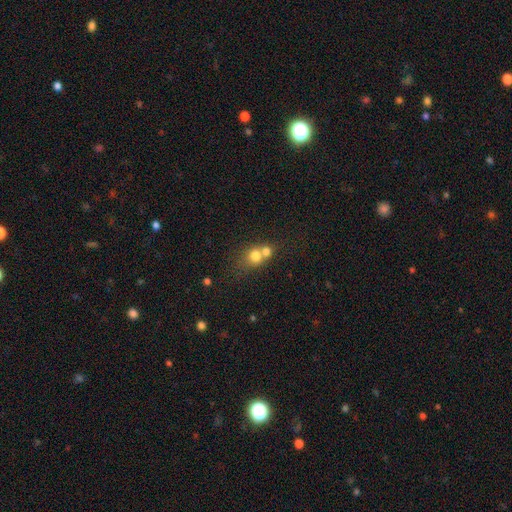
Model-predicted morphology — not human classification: Smooth or featured? Predicted: smooth (p=0.72). How rounded? Predicted: round (p=0.69). Merging? Predicted: merger (p=0.64).